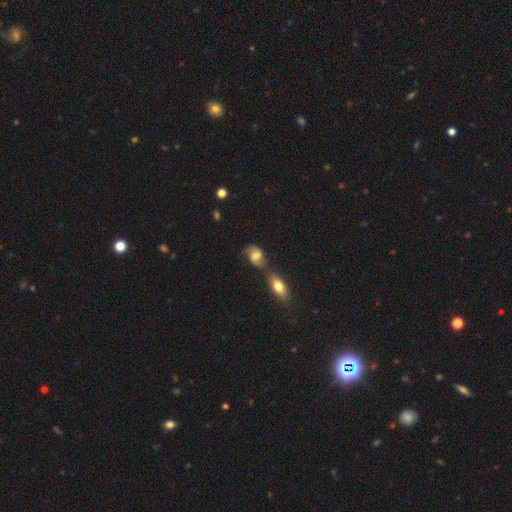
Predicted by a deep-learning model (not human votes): A smooth galaxy with no disk features (50%) that is in between round and cigar-shaped (71%).

Vote fractions:
- Smooth or featured? smooth: 50% / featured or disk: 40% / star or artifact: 10%
- How rounded? in between: 71% / round: 26% / cigar-shaped: 3%
- Merging? none: 39% / merger: 35% / minor disturbance: 17% / major disturbance: 8%